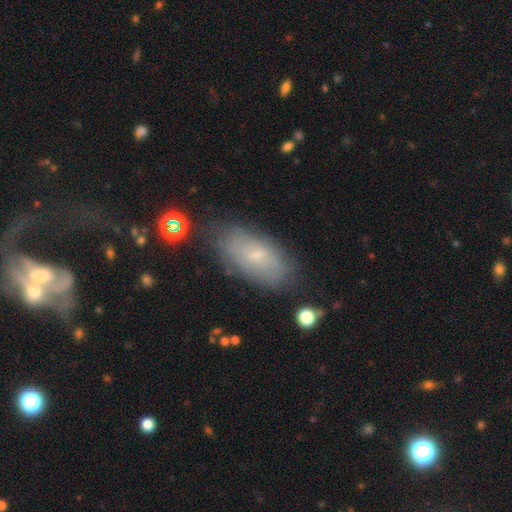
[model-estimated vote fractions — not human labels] Smooth or featured? Predicted: smooth (p=0.57). How rounded? Predicted: in between (p=0.90). Merging? Predicted: none (p=0.76).